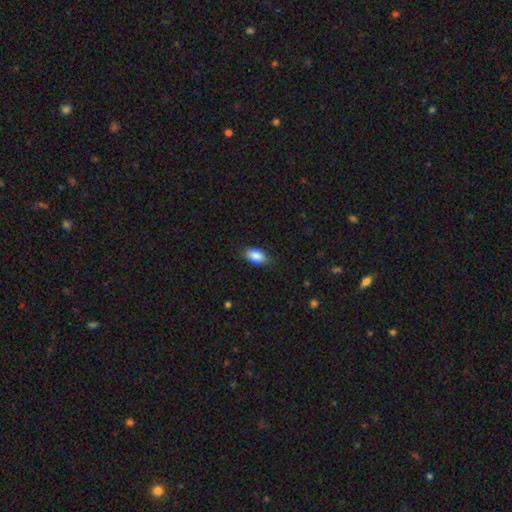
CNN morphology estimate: This is clearly a smooth galaxy (87%). How rounded: clearly in between (92%). Merging: clearly none (83%).